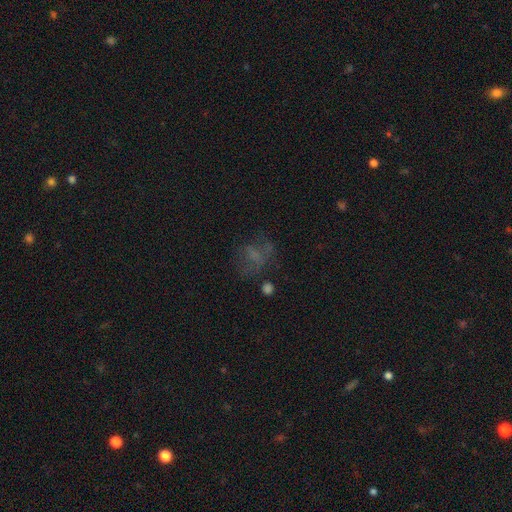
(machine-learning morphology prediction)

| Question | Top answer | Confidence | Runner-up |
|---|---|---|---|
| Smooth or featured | smooth | 39% | featured or disk (35%) |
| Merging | none | 46% | major disturbance (30%) |